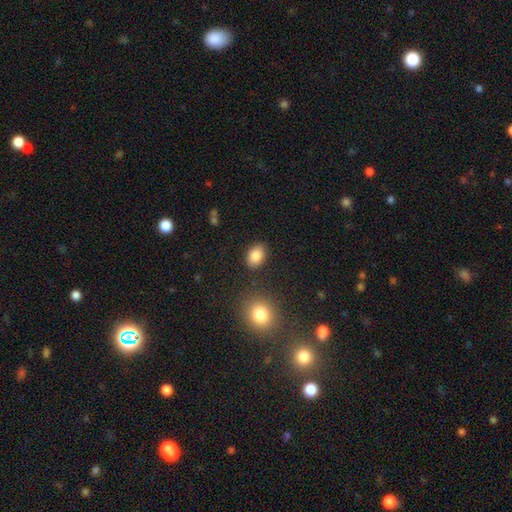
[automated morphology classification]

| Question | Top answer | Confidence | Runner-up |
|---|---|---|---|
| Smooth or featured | smooth | 85% | star or artifact (9%) |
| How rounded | in between | 81% | round (18%) |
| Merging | none | 85% | minor disturbance (10%) |